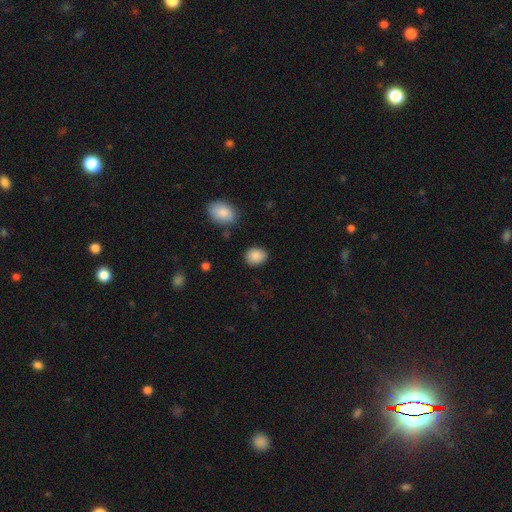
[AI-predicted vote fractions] Smooth or featured?
  - smooth: 88% *
  - star or artifact: 8%
  - featured or disk: 4%
How rounded?
  - round: 53% *
  - in between: 45%
  - cigar-shaped: 1%
Merging?
  - none: 84% *
  - minor disturbance: 11%
  - major disturbance: 3%
  - merger: 2%